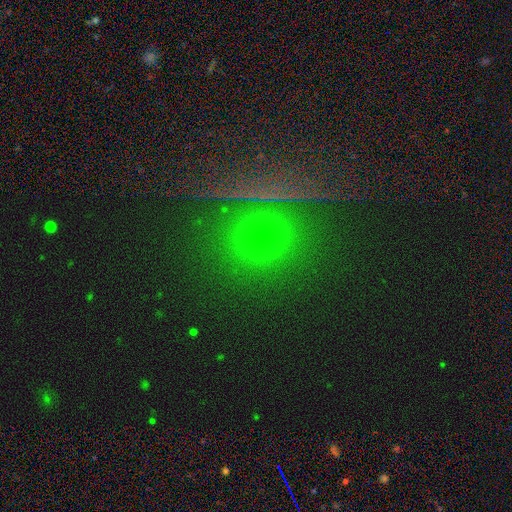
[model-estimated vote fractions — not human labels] Morphology: type=star or artifact (55%).